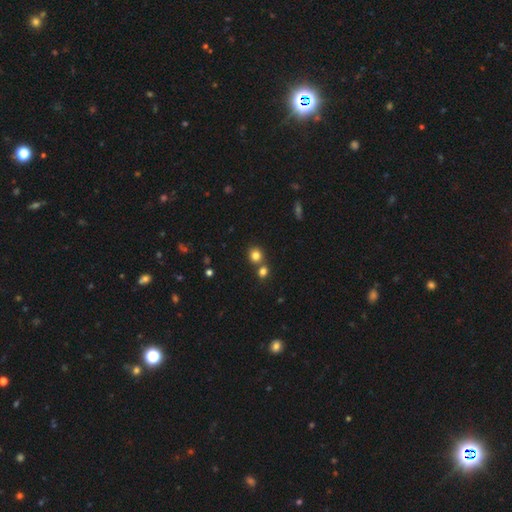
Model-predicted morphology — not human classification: Smooth or featured? Predicted: smooth (p=0.81). How rounded? Predicted: round (p=0.85). Merging? Predicted: none (p=0.63).